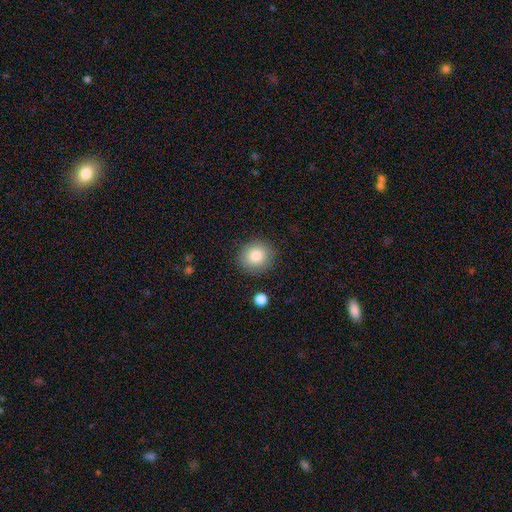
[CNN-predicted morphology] type=smooth (84%); roundness=round (86%); merging=none (87%).